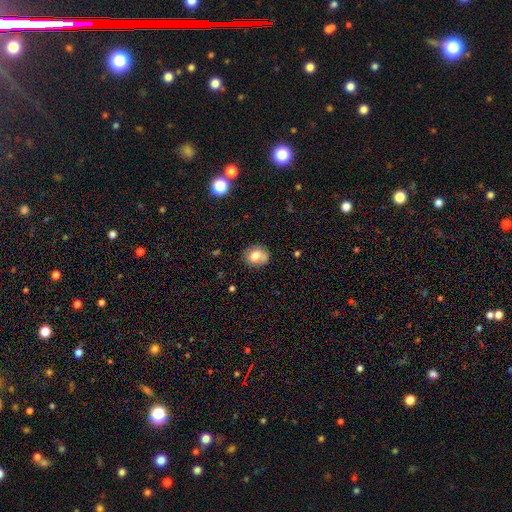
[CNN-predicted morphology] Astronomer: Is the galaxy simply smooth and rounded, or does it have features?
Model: smooth — 70%.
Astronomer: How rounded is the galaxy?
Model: round — 74%.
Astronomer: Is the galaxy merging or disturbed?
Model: none — 66%.